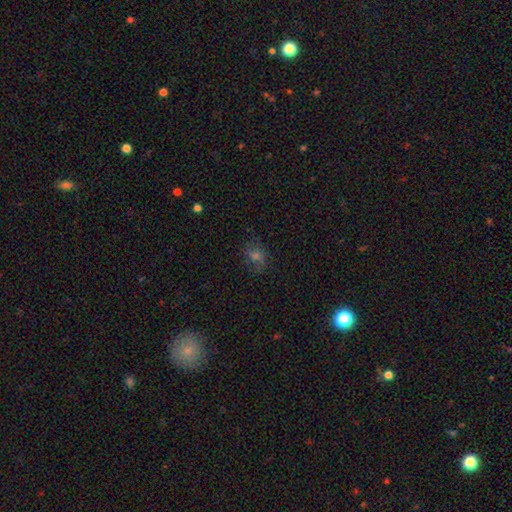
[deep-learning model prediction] Morphology: type=smooth (50%); merging=none (73%).